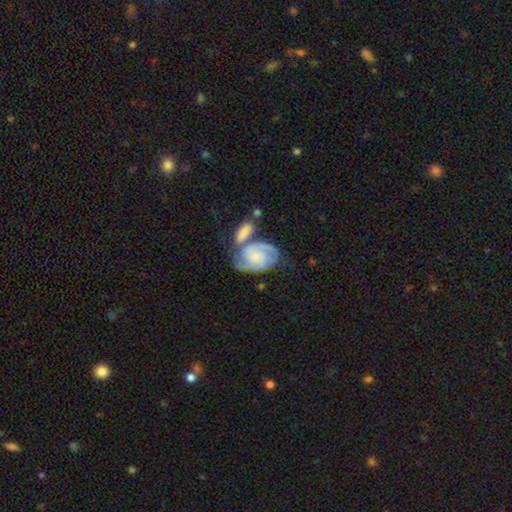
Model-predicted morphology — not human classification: Smooth or featured?
  - featured or disk: 77% *
  - smooth: 18%
  - star or artifact: 6%
Edge-on disk?
  - no: 97% *
  - yes: 3%
Bar?
  - no: 62% *
  - weak: 31%
  - strong: 7%
Spiral arms?
  - yes: 95% *
  - no: 5%
Spiral winding?
  - tight: 45% *
  - medium: 43%
  - loose: 12%
Spiral arm count?
  - 2: 74% *
  - can't tell: 11%
  - 3: 8%
  - 1: 3%
  - 4: 2%
  - more than 4: 2%
Bulge size?
  - small: 53% *
  - none: 20%
  - moderate: 20%
  - large: 5%
  - dominant: 2%
Merging?
  - none: 42% *
  - merger: 30%
  - minor disturbance: 18%
  - major disturbance: 10%